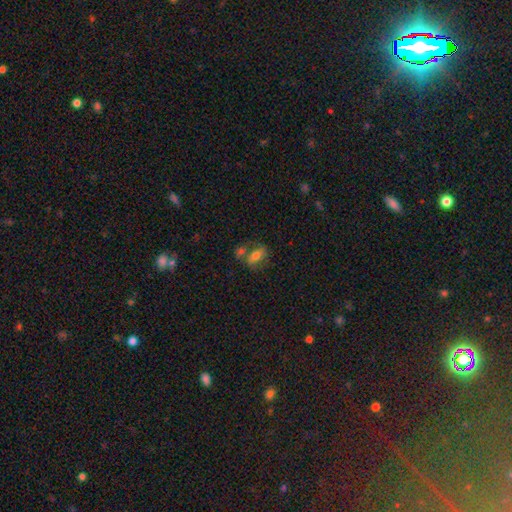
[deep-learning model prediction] smooth_or_featured: smooth (p=0.54) [alt: featured or disk p=0.35]
how_rounded: in between (p=0.78) [alt: round p=0.16]
merging: none (p=0.42) [alt: merger p=0.33]